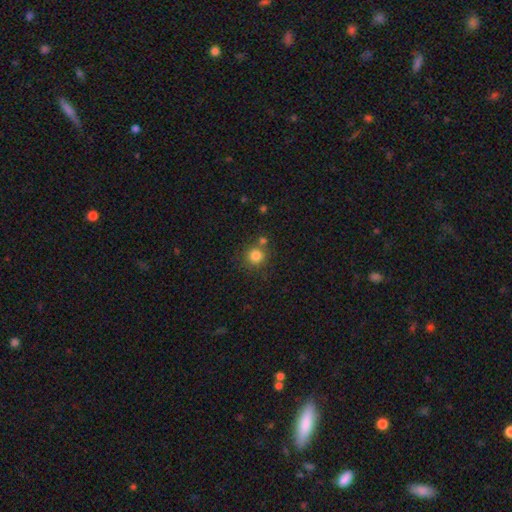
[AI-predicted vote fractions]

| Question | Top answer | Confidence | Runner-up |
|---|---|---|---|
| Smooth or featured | smooth | 82% | star or artifact (12%) |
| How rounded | round | 92% | in between (7%) |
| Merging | none | 73% | merger (15%) |